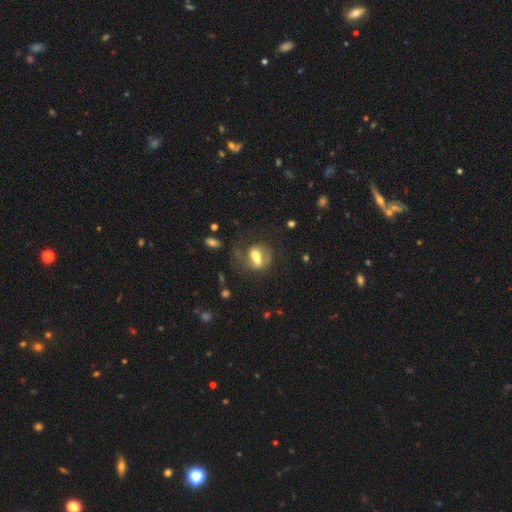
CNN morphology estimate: A smooth galaxy with no disk features (49%). Merging: none (35%).